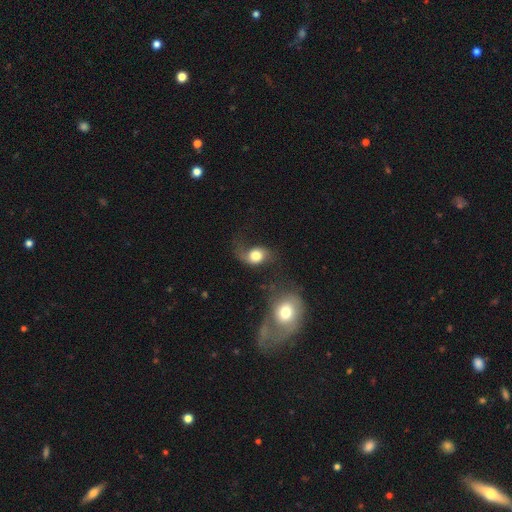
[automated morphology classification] The model was most divided on "how rounded": round: 50%, in between: 48%, cigar-shaped: 2%. Remaining: smooth or featured — smooth (52%); merging — none (38%).